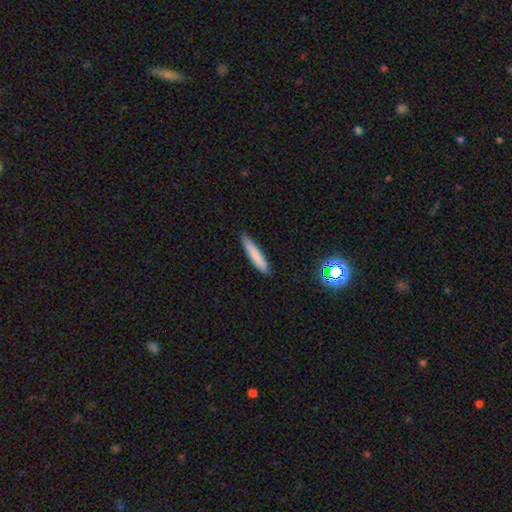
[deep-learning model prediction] Morphology: type=smooth (81%); roundness=cigar-shaped (90%); merging=none (88%).